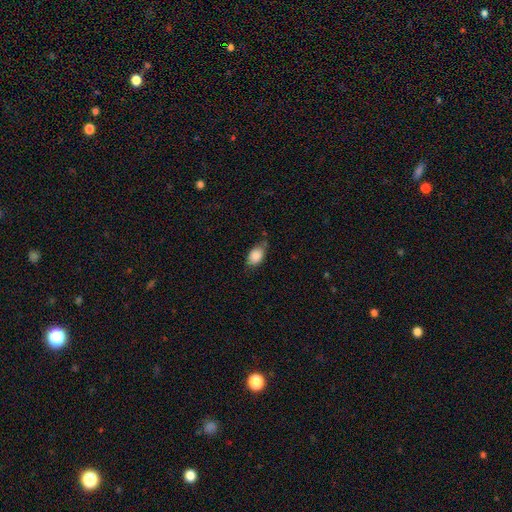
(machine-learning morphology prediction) A smooth galaxy with no disk features (86%) that is in between round and cigar-shaped (87%).

Vote fractions:
- Smooth or featured? smooth: 86% / star or artifact: 7% / featured or disk: 7%
- How rounded? in between: 87% / round: 10% / cigar-shaped: 2%
- Merging? none: 62% / minor disturbance: 29% / major disturbance: 7% / merger: 3%